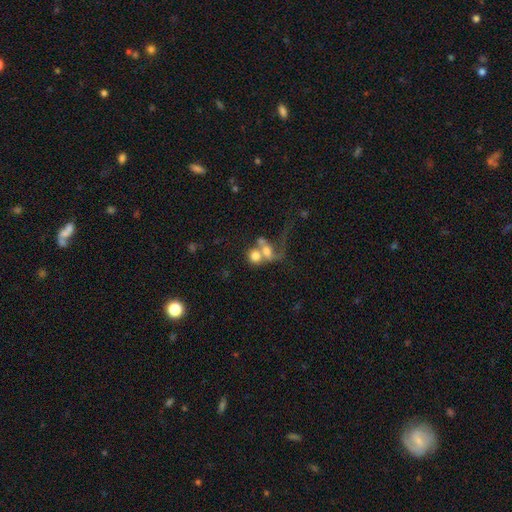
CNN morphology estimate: A smooth galaxy with no disk features (60%) that is round (64%). Merging: merger (68%).